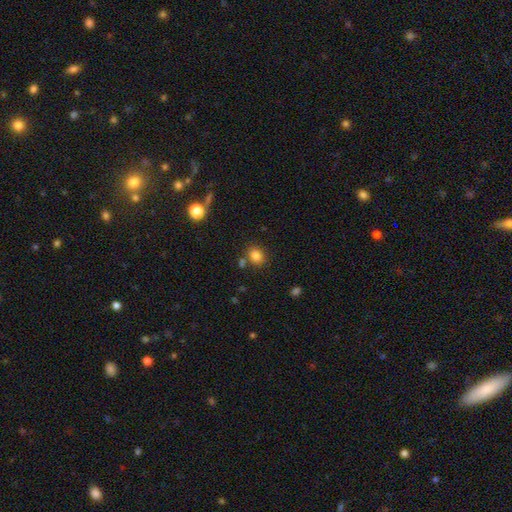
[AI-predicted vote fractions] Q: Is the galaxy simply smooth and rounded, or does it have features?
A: smooth — 82%.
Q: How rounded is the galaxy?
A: round — 57%.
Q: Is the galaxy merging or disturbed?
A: none — 75%.